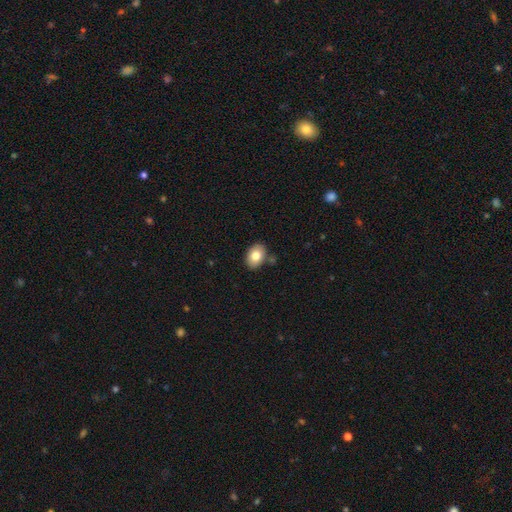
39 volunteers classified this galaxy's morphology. This appears to be a smooth galaxy with no disk features (85%) that is in between round and cigar-shaped (73%). Merging: none (82%).